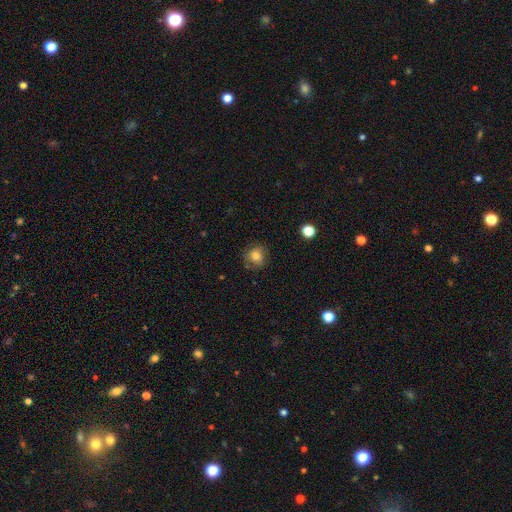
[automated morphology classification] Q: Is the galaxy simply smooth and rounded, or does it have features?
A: smooth — 79%.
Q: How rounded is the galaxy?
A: round — 79%.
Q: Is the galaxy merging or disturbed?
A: none — 75%.